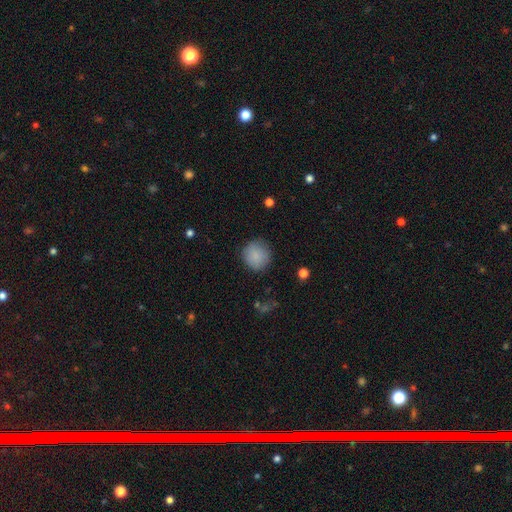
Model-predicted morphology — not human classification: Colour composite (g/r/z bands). It shows a smooth galaxy with no disk features (87%) that is round (92%). Merging: none (85%).